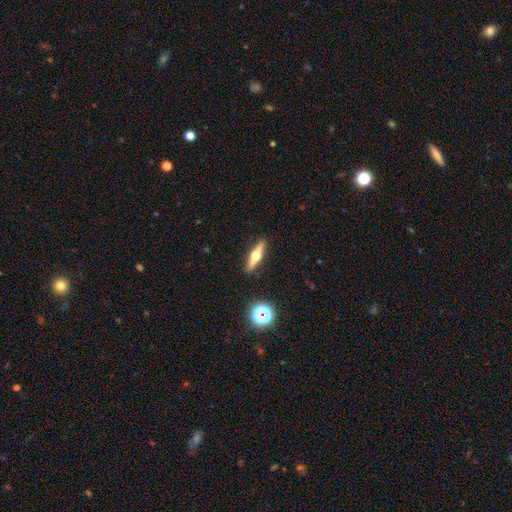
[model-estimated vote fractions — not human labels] Overall: featured or disk (57%; smooth 36%). Edge-on disk: yes (94%). Edge-on bulge: rounded (95%). Merging: none (91%).